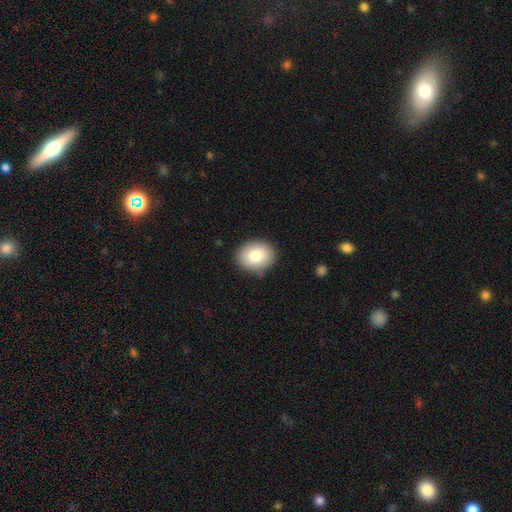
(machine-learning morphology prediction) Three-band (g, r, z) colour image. It shows a smooth galaxy with no disk features (82%) that is round (50%, tied with in between). Merging: none (86%).